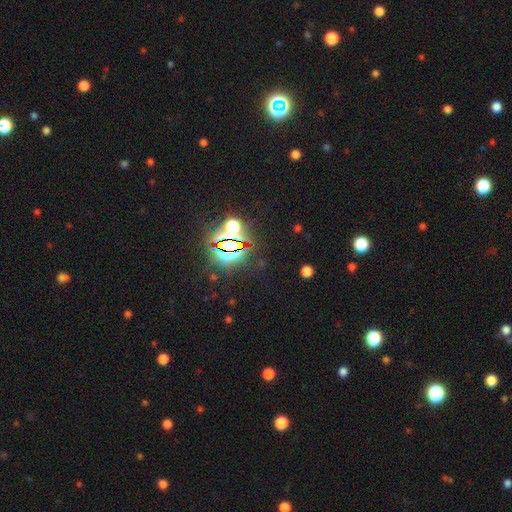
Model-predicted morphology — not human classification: A star or artifact, not a galaxy (83%).